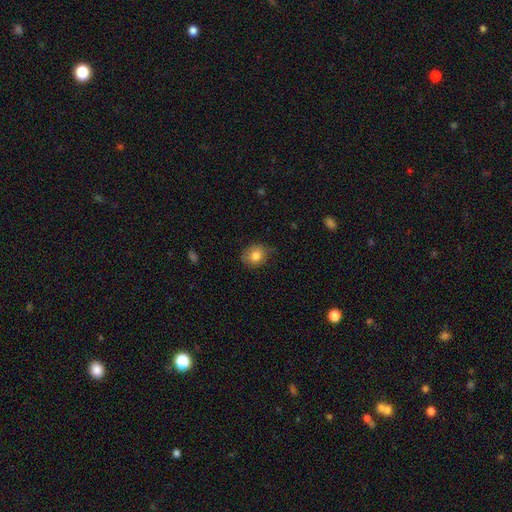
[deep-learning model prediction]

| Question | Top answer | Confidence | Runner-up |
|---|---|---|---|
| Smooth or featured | smooth | 82% | featured or disk (9%) |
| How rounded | round | 69% | in between (30%) |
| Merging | none | 78% | minor disturbance (17%) |